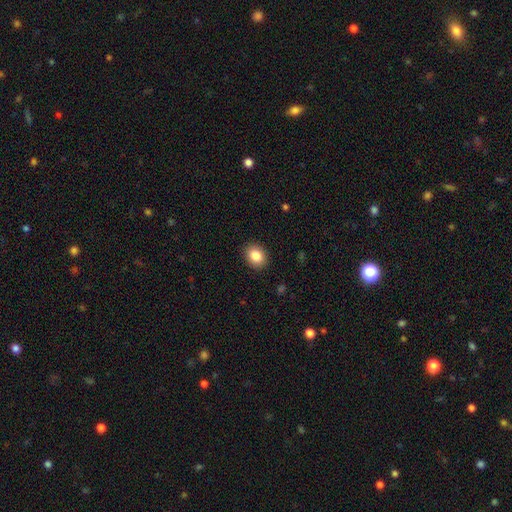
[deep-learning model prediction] The model was most divided on "how rounded": round: 54%, in between: 45%, cigar-shaped: 1%. More confident: merging — none (90%); smooth or featured — smooth (85%).